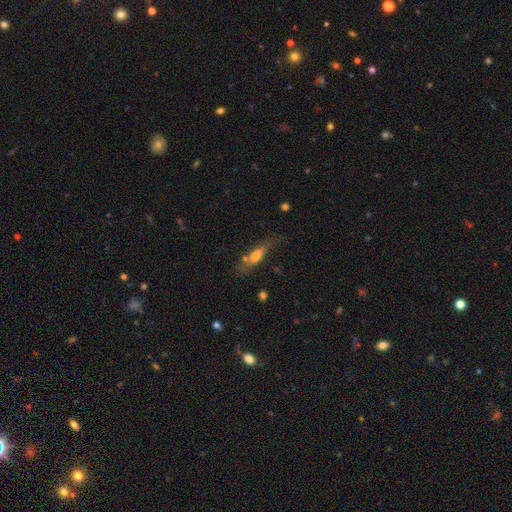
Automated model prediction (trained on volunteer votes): This appears to be a smooth galaxy with no disk features (57%) that is cigar-shaped (56%). Merging: none (57%).